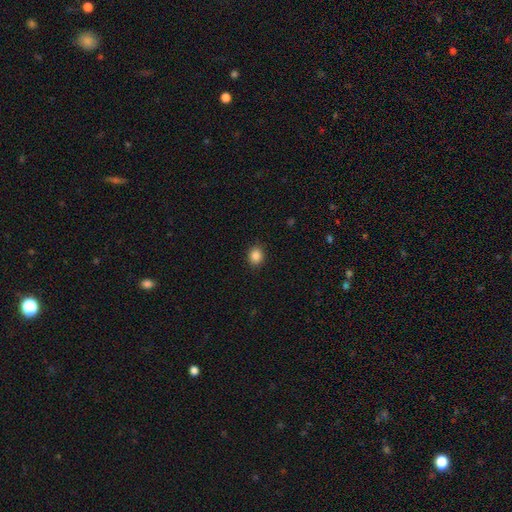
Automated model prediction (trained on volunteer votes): smooth 86%, star or artifact 10%, featured or disk 3%. Down the decision tree: how rounded — round (63%); merging — none (90%).